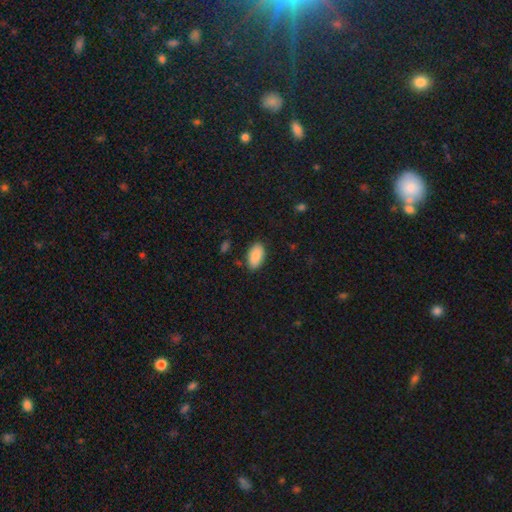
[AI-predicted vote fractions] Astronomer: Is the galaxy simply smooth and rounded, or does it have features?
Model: smooth — 89%.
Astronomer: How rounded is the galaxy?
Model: in between — 95%.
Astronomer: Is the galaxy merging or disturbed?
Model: none — 85%.